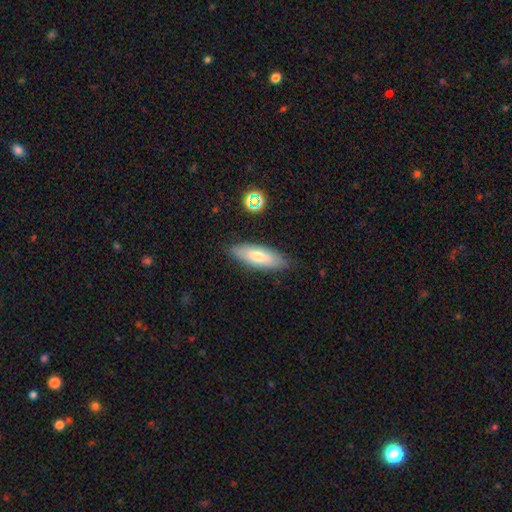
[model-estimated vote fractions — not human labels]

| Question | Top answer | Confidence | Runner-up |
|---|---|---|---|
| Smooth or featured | smooth | 66% | featured or disk (26%) |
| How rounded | in between | 58% | cigar-shaped (40%) |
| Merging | none | 84% | minor disturbance (12%) |